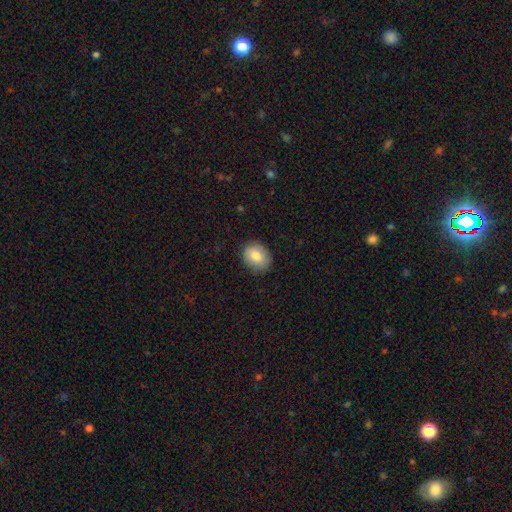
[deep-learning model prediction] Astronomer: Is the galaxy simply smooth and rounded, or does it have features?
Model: smooth — 82%.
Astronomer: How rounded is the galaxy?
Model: round — 53% (runner-up: in between, 46%).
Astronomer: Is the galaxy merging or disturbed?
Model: none — 86%.